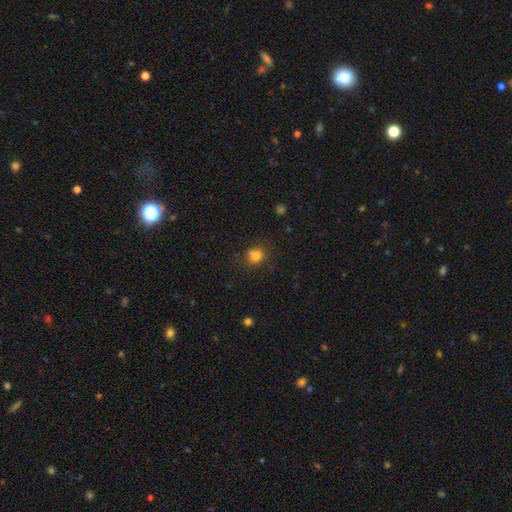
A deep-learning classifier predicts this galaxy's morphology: Q: Smooth or featured?
A: smooth (78%); runner-up: star or artifact (14%)
Q: How rounded?
A: round (77%); runner-up: in between (22%)
Q: Merging?
A: none (63%); runner-up: minor disturbance (17%)